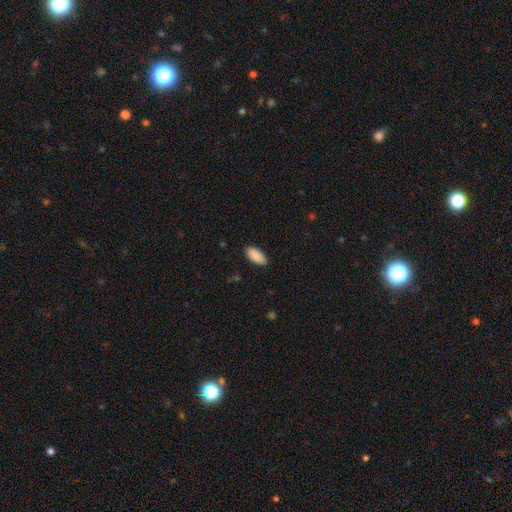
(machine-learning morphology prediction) Smooth or featured? smooth (90%)
How rounded? in between (92%)
Merging? none (87%)